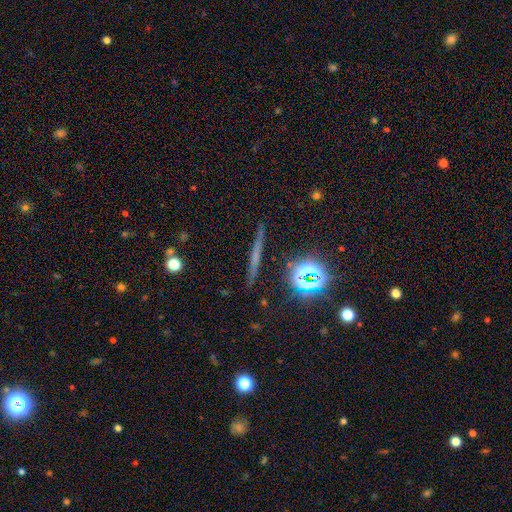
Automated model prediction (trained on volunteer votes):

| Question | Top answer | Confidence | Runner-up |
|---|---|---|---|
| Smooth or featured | featured or disk | 41% | smooth (36%) |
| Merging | none | 89% | minor disturbance (7%) |